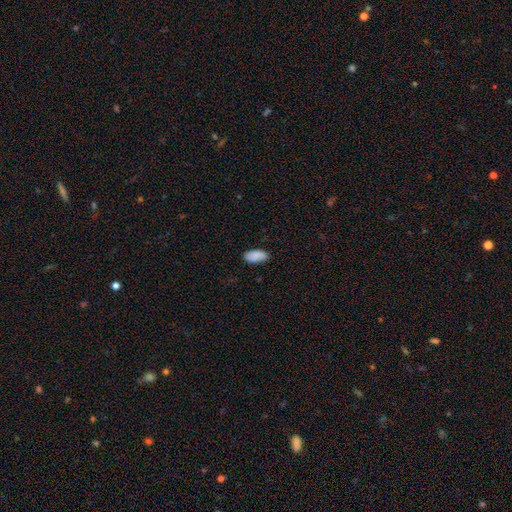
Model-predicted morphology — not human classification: This appears to be a smooth galaxy with no disk features (88%) that is in between round and cigar-shaped (93%). Merging: none (84%).